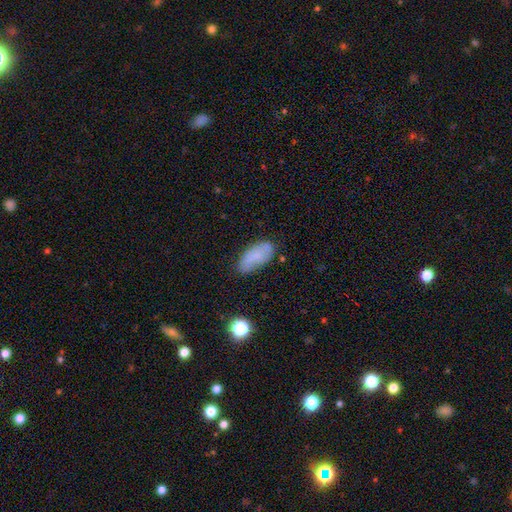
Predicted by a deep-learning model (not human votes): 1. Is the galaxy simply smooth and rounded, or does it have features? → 71% smooth, 19% featured or disk, 10% star or artifact.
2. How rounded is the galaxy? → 89% in between, 8% cigar-shaped, 4% round.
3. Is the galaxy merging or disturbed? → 60% none, 27% minor disturbance, 8% major disturbance, 4% merger.